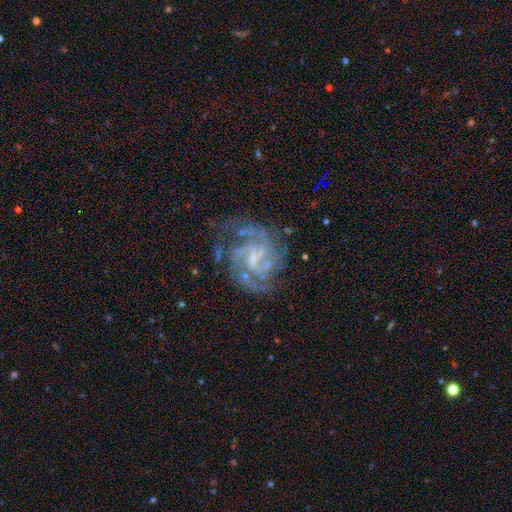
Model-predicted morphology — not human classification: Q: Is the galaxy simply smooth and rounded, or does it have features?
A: featured or disk — 79%.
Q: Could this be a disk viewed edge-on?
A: no — 98%.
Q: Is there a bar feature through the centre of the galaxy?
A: weak — 48%.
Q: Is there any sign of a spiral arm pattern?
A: yes — 96%.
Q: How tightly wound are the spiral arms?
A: tight — 49%.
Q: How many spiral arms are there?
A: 3 — 25%.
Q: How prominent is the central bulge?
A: small — 57%.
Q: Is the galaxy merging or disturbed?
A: none — 70%.